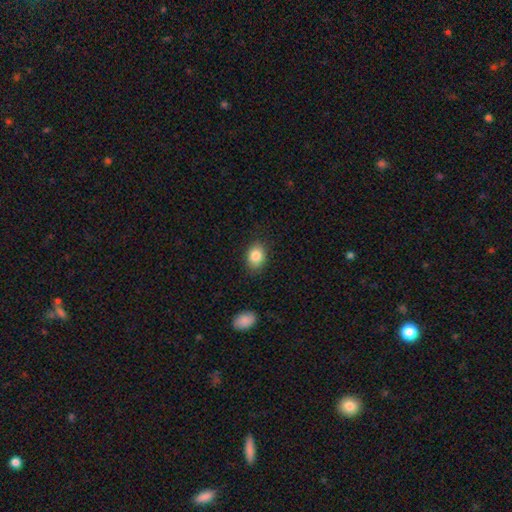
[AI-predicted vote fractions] Smooth or featured? Predicted: smooth (p=0.86). How rounded? Predicted: in between (p=0.69). Merging? Predicted: none (p=0.83).